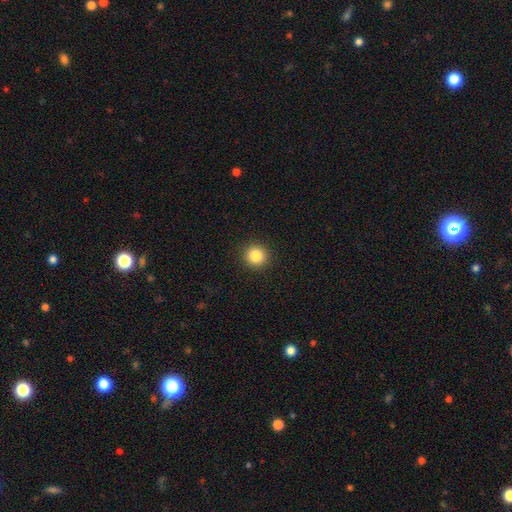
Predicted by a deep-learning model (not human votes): smooth_or_featured: smooth (p=0.85) [alt: star or artifact p=0.10]
how_rounded: round (p=0.94) [alt: in between p=0.05]
merging: none (p=0.92) [alt: minor disturbance p=0.05]